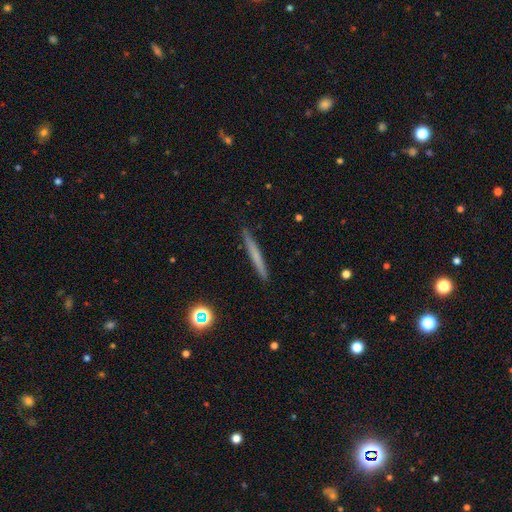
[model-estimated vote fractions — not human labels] Smooth or featured? smooth (57%)
How rounded? cigar-shaped (96%)
Merging? none (91%)